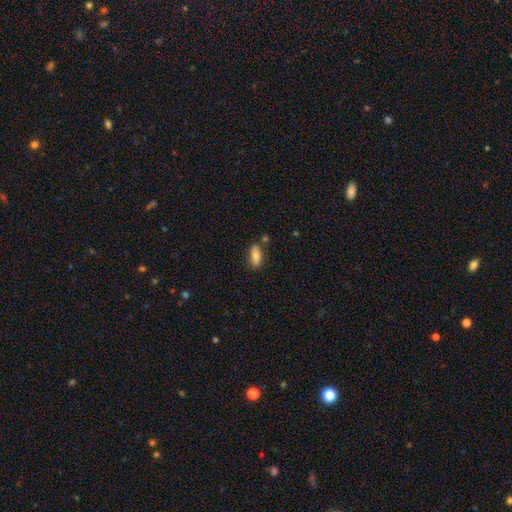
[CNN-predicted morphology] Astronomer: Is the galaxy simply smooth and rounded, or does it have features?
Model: smooth — 77%.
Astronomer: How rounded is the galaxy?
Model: in between — 77%.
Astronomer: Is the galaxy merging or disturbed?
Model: none — 77%.